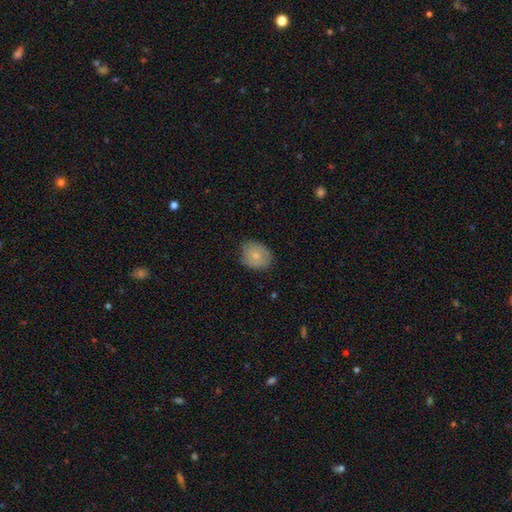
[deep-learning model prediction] smooth_or_featured: smooth (p=0.64) [alt: featured or disk p=0.29]
how_rounded: round (p=0.51) [alt: in between p=0.48]
merging: none (p=0.73) [alt: minor disturbance p=0.22]